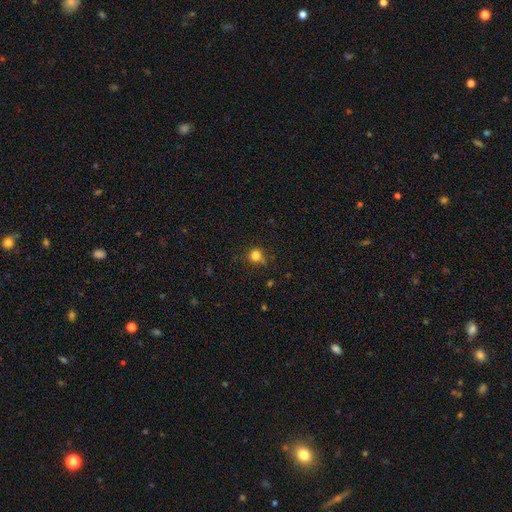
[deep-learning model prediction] smooth_or_featured: smooth (p=0.80) [alt: star or artifact p=0.14]
how_rounded: round (p=0.78) [alt: in between p=0.20]
merging: none (p=0.67) [alt: minor disturbance p=0.22]